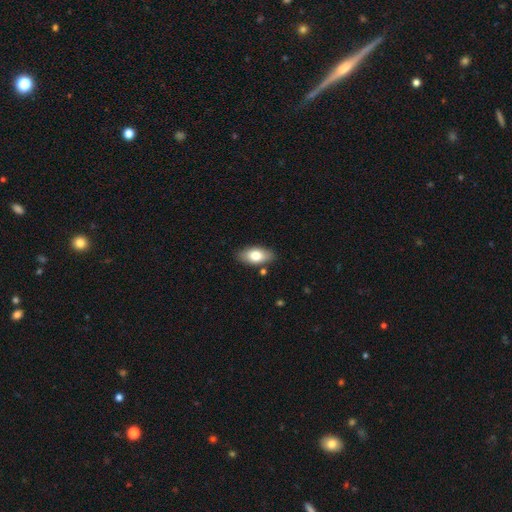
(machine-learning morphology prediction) Smooth or featured? Predicted: smooth (p=0.75). How rounded? Predicted: in between (p=0.91). Merging? Predicted: none (p=0.84).